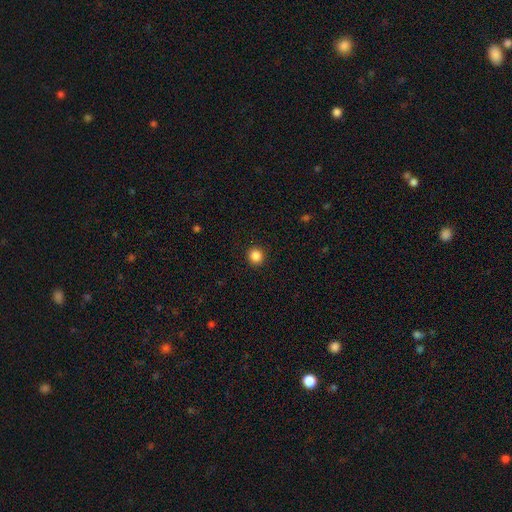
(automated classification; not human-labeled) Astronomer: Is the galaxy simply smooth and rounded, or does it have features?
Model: smooth — 86%.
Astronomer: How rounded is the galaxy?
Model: round — 92%.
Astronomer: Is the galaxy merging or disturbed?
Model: none — 92%.